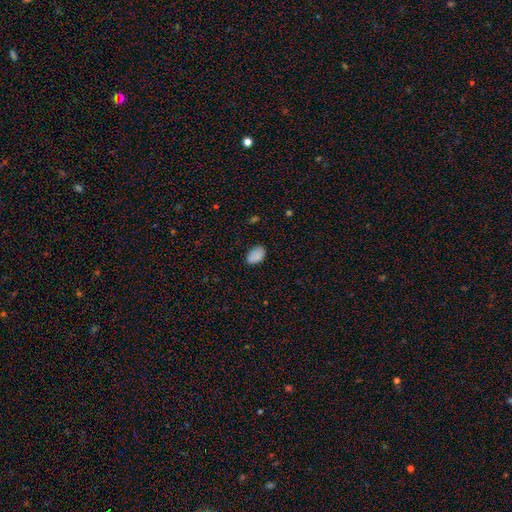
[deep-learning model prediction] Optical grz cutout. It shows a smooth galaxy with no disk features (87%) that is in between round and cigar-shaped (89%). Merging: none (82%).